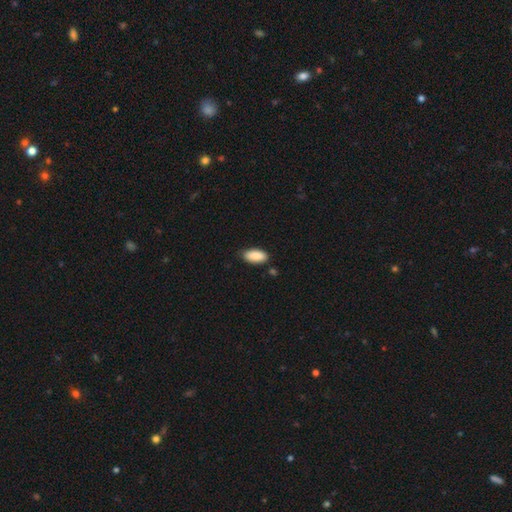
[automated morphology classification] A smooth galaxy with no disk features (87%) that is in between round and cigar-shaped (92%).

Vote fractions:
- Smooth or featured? smooth: 87% / featured or disk: 6% / star or artifact: 6%
- How rounded? in between: 92% / cigar-shaped: 6% / round: 2%
- Merging? none: 82% / minor disturbance: 13% / merger: 2% / major disturbance: 2%